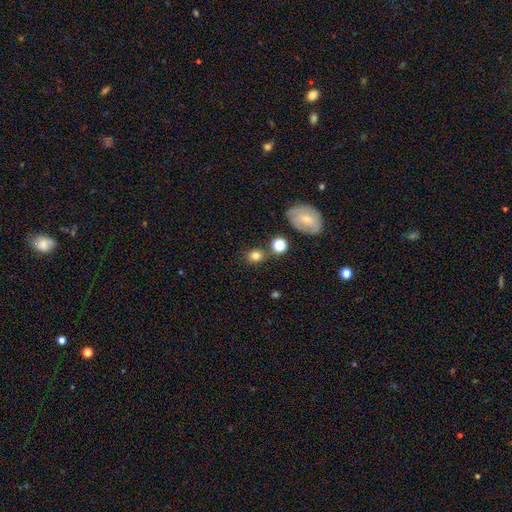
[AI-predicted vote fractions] smooth 77%, star or artifact 13%, featured or disk 10%. Down the decision tree: how rounded — round (67%); merging — none (74%).